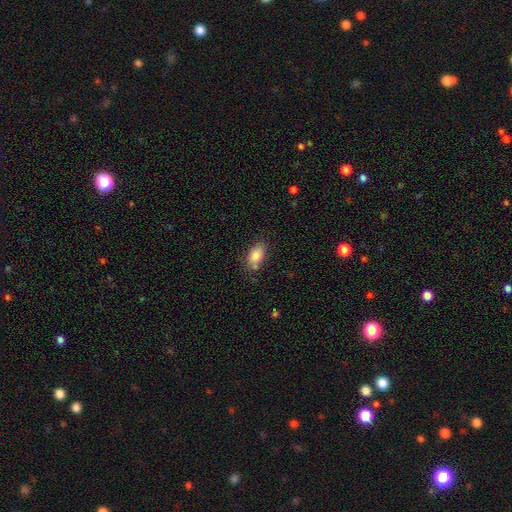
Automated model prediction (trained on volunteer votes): Smooth or featured: smooth — 84% (featured or disk — 8%)
How rounded: in between — 90% (round — 7%)
Merging: none — 69% (minor disturbance — 20%)